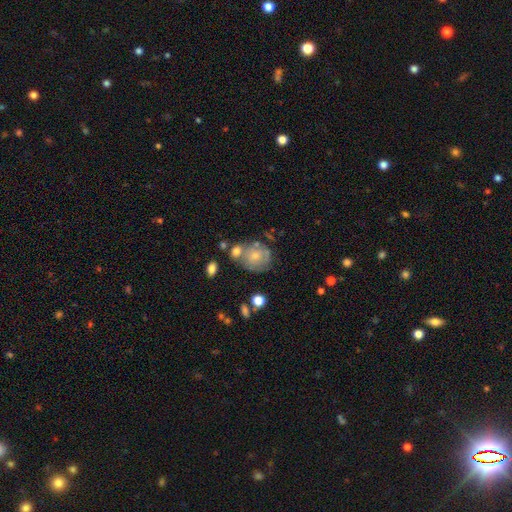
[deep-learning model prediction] A smooth galaxy with no disk features (53%) that is round (71%).

Vote fractions:
- Smooth or featured? smooth: 53% / featured or disk: 38% / star or artifact: 9%
- How rounded? round: 71% / in between: 28% / cigar-shaped: 1%
- Merging? none: 46% / minor disturbance: 22% / merger: 22% / major disturbance: 10%